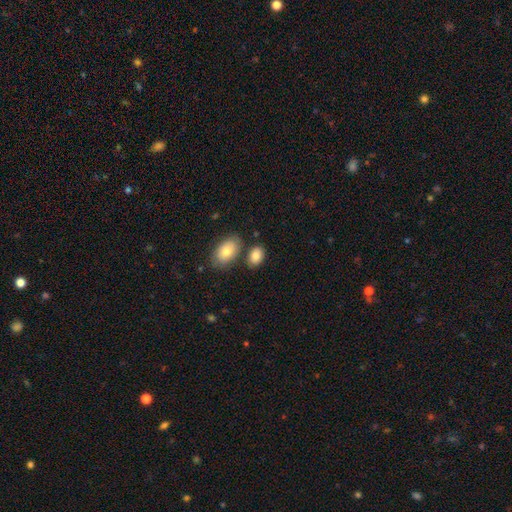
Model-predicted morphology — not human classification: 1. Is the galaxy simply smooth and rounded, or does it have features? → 82% smooth, 10% featured or disk, 8% star or artifact.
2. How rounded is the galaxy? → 87% in between, 12% round, 1% cigar-shaped.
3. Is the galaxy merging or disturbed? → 67% none, 16% merger, 13% minor disturbance, 4% major disturbance.